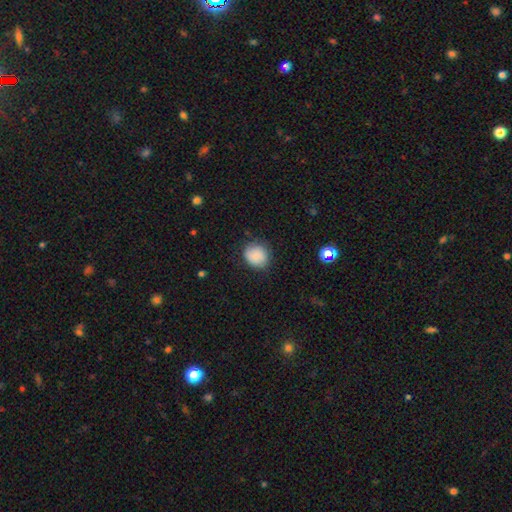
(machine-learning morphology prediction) smooth 86%, star or artifact 8%, featured or disk 6%. Down the decision tree: how rounded — round (76%); merging — none (81%).